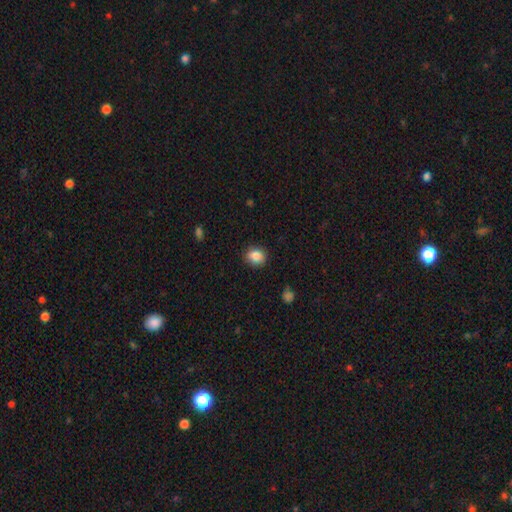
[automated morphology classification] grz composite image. It shows a smooth galaxy with no disk features (86%) that is round (64%). Merging: none (88%).